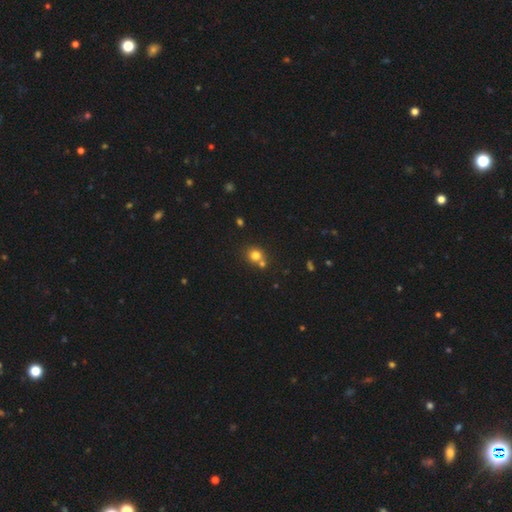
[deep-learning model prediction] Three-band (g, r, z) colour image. It shows a smooth galaxy with no disk features (77%) that is round (85%). Merging: none (58%).